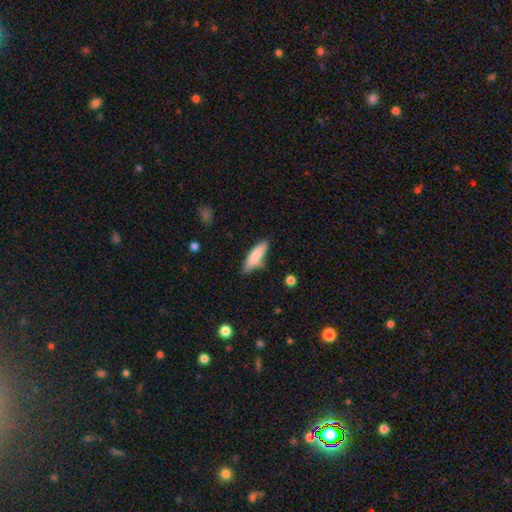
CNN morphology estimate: smooth-or-featured: smooth: 80% | featured or disk: 14% | star or artifact: 6%
  how-rounded: cigar-shaped: 59% | in between: 40% | round: 2%
  merging: none: 67% | minor disturbance: 24% | major disturbance: 5% | merger: 5%